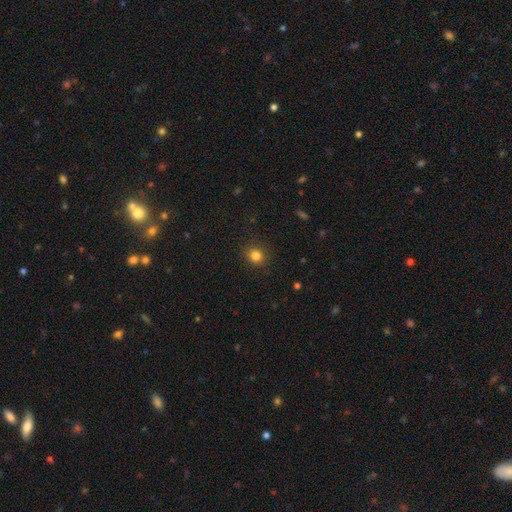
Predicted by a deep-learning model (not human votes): Smooth or featured: smooth — 83% (star or artifact — 12%)
How rounded: round — 81% (in between — 18%)
Merging: none — 89% (minor disturbance — 8%)